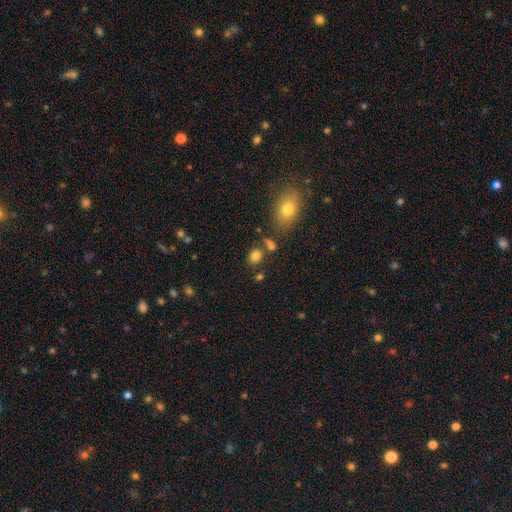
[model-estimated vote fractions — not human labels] This appears to be a smooth galaxy with no disk features (81%) that is in between round and cigar-shaped (52%). Merging: none (69%).